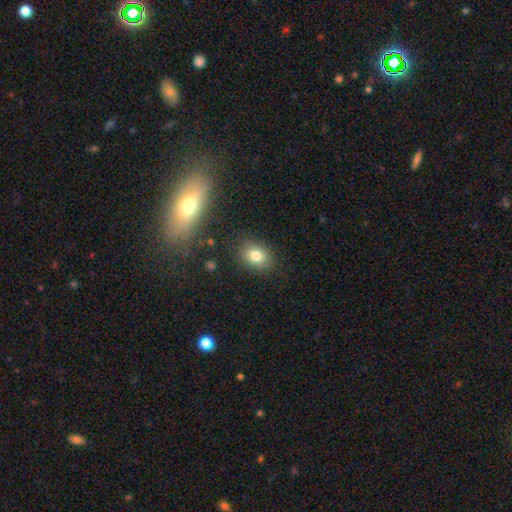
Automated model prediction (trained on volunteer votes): Q: Smooth or featured?
A: smooth (79%); runner-up: star or artifact (12%)
Q: How rounded?
A: in between (58%); runner-up: round (40%)
Q: Merging?
A: none (85%); runner-up: minor disturbance (10%)